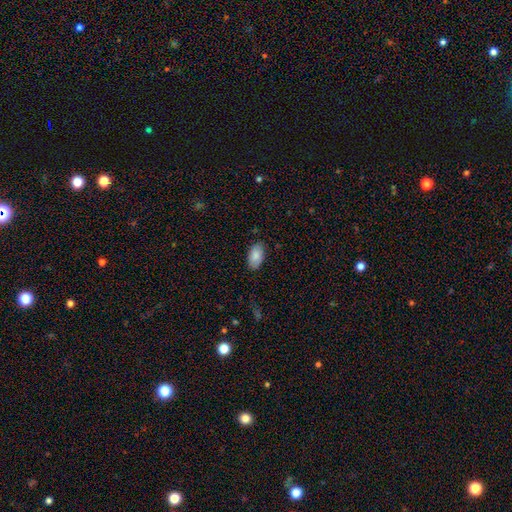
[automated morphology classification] A smooth galaxy with no disk features (87%) that is in between round and cigar-shaped (95%). Merging: none (85%).